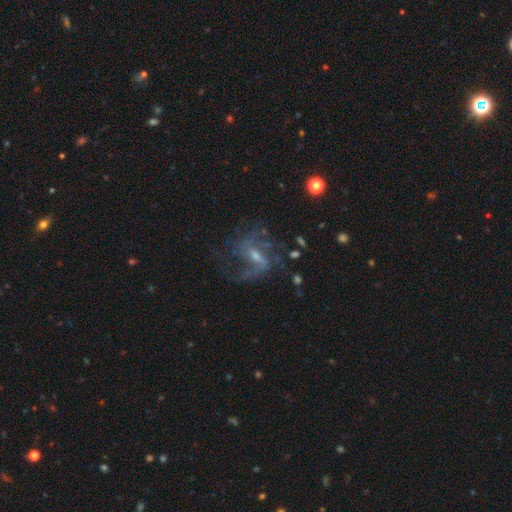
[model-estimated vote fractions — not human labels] Smooth or featured? featured or disk (81%)
Edge-on disk? no (96%)
Bar? weak (52%)
Spiral arms? yes (91%)
Spiral winding? loose (51%)
Spiral arm count? 2 (53%)
Bulge size? small (54%)
Merging? none (57%)